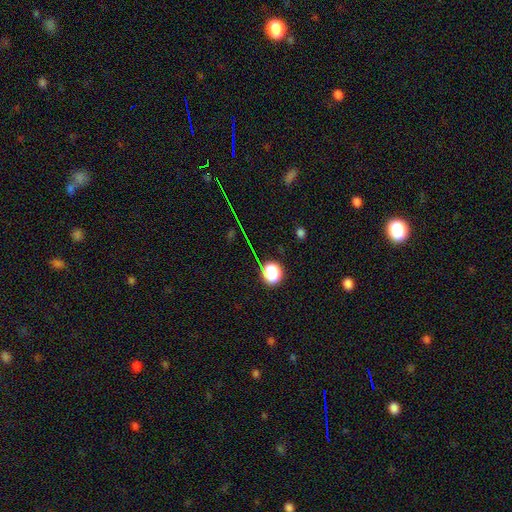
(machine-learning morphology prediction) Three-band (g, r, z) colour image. It shows a star or artifact, not a galaxy (68%).